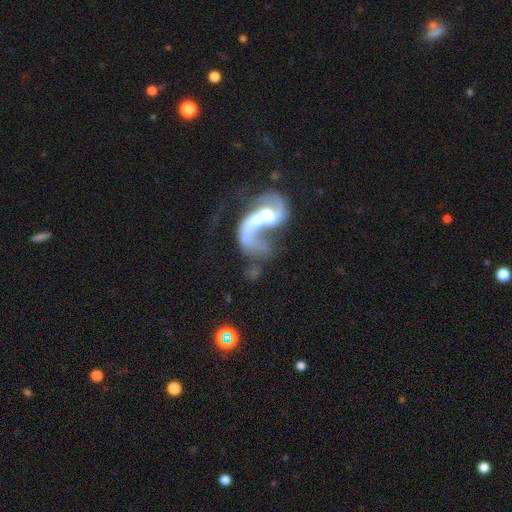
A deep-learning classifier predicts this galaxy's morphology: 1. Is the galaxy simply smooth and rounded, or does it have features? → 79% featured or disk, 14% smooth, 8% star or artifact.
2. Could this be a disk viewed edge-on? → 96% no, 4% yes.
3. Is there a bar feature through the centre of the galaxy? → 52% no, 33% weak, 15% strong.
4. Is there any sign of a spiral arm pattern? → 81% yes, 19% no.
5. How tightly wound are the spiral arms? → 63% loose, 27% medium, 10% tight.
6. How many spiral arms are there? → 44% 2, 42% 1, 9% can't tell, 2% 3, 1% 4, 1% more than 4.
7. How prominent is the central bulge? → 52% moderate, 28% small, 10% large, 7% none, 2% dominant.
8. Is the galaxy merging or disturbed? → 65% merger, 17% major disturbance, 12% none, 6% minor disturbance.